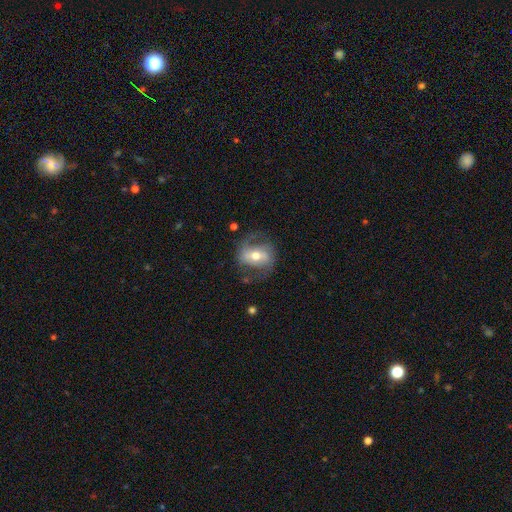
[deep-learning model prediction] A featured or disk galaxy (71%) with a weak bar (38%), 2 (84%) medium (47%) spiral arms (87%) and a moderate central bulge (71%). Merging: none (64%).